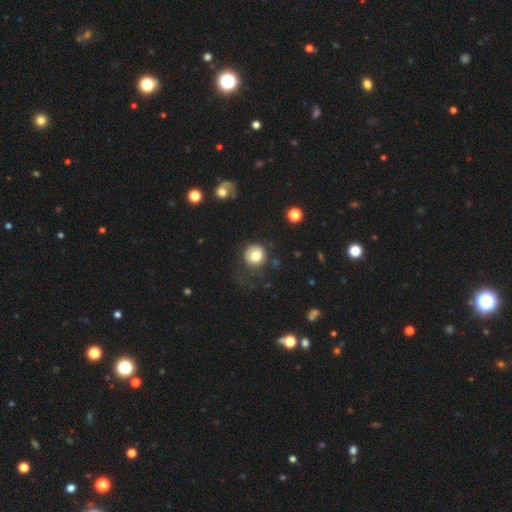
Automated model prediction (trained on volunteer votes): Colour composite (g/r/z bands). It shows a smooth galaxy with no disk features (76%) that is round (87%). Merging: none (60%).